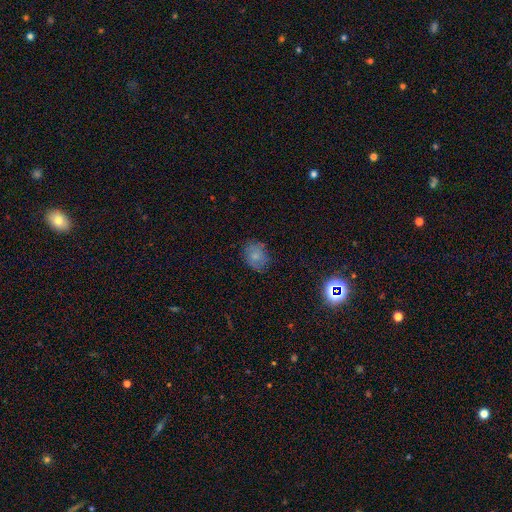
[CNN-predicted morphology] smooth-or-featured: smooth: 71% | featured or disk: 18% | star or artifact: 11%
  how-rounded: round: 55% | in between: 44% | cigar-shaped: 1%
  merging: none: 71% | minor disturbance: 21% | major disturbance: 6% | merger: 1%